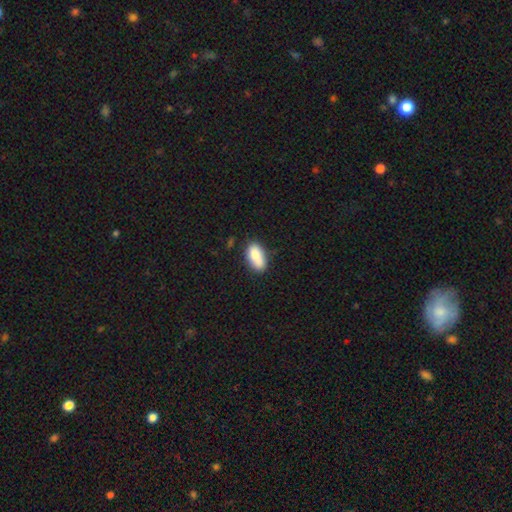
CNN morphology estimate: The model was most divided on "merging": none: 70%, minor disturbance: 20%, merger: 6%, major disturbance: 4%. More confident: how rounded — in between (90%); smooth or featured — smooth (84%).